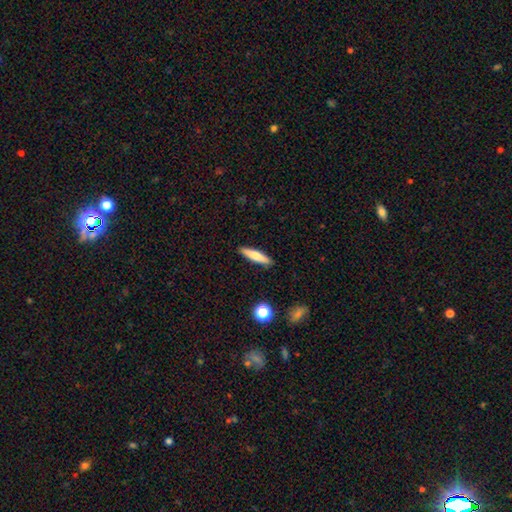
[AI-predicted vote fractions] Smooth or featured?
  - smooth: 71% *
  - featured or disk: 22%
  - star or artifact: 7%
How rounded?
  - cigar-shaped: 82% *
  - in between: 16%
  - round: 2%
Merging?
  - none: 90% *
  - minor disturbance: 7%
  - major disturbance: 2%
  - merger: 1%